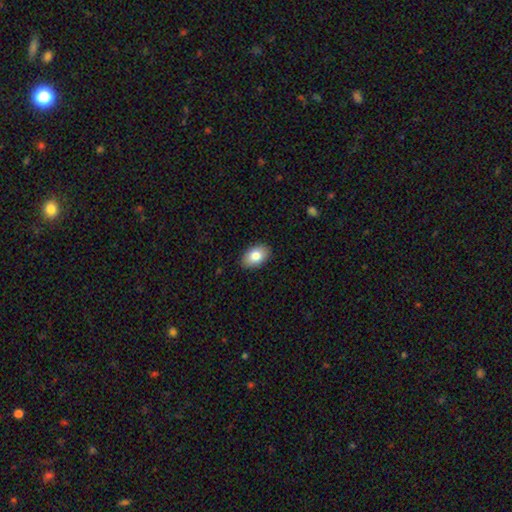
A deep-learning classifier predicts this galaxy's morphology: Overall: smooth (82%). How rounded: in between (88%). Merging: none (89%).